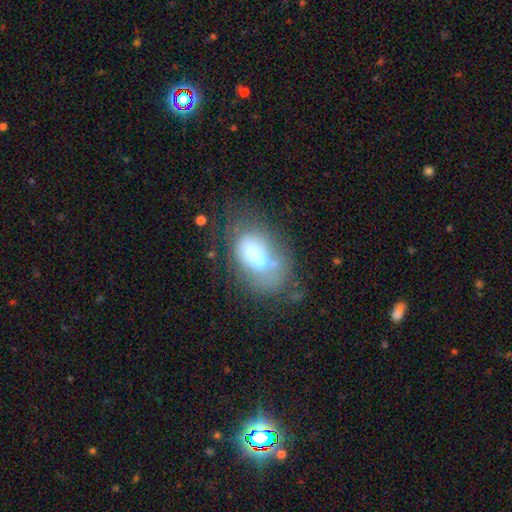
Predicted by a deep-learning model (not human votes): This appears to be a smooth galaxy with no disk features (55%) that is in between round and cigar-shaped (84%). Merging: none (33%).